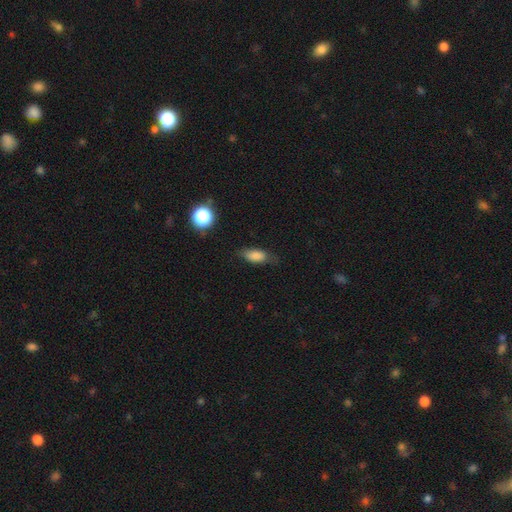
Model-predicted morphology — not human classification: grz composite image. It shows a smooth galaxy with no disk features (81%) that is in between round and cigar-shaped (80%). Merging: none (69%).